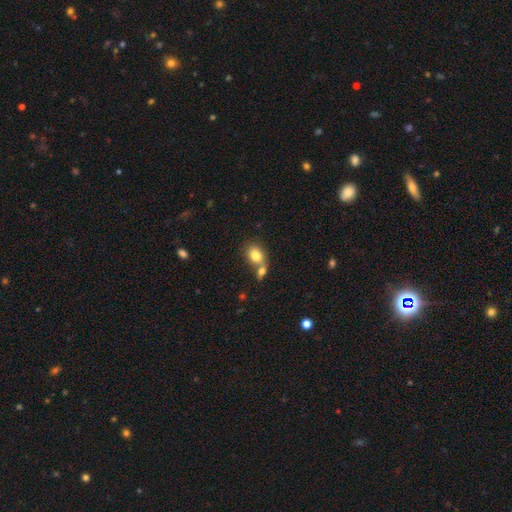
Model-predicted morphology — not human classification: Overall: smooth (81%). How rounded: in between (70%). Merging: none (43%; merger 42%).